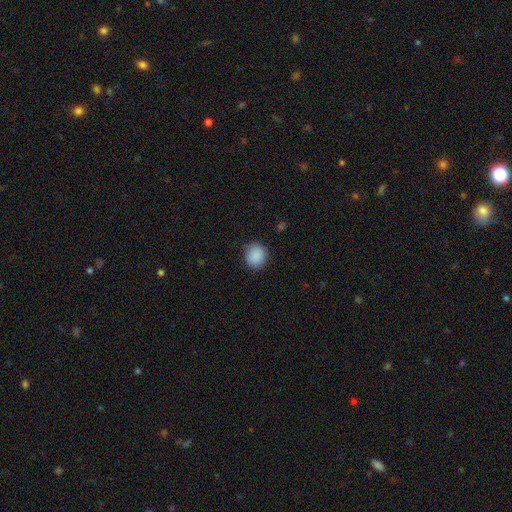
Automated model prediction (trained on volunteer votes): Smooth or featured? Predicted: smooth (p=0.89). How rounded? Predicted: round (p=0.83). Merging? Predicted: none (p=0.87).